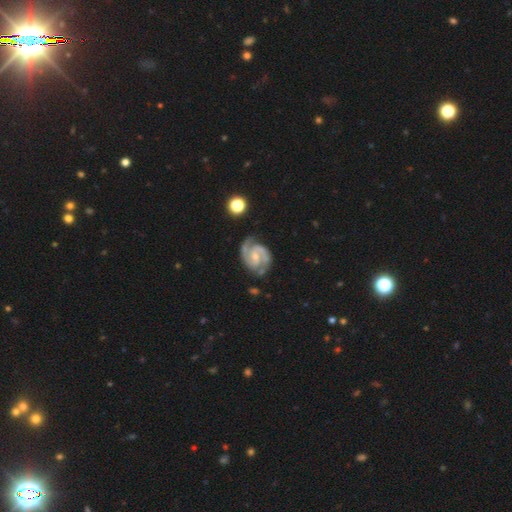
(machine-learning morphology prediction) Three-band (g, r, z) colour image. It shows a featured or disk galaxy (92%) with a weak bar (45%), 2 (91%) medium (51%) spiral arms (99%) and a small central bulge (57%). Merging: none (75%).